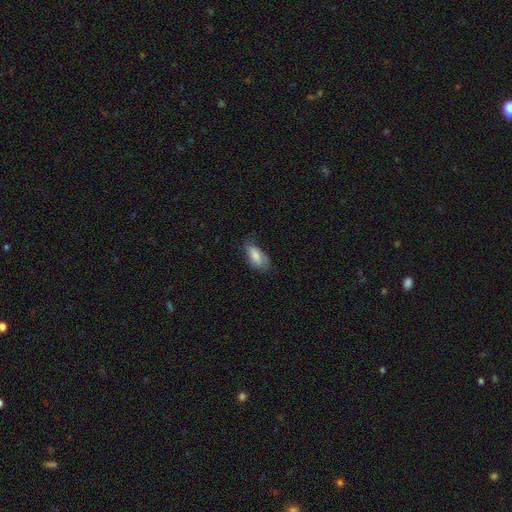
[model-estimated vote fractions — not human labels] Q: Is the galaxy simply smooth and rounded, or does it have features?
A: smooth — 74%.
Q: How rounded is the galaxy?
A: in between — 88%.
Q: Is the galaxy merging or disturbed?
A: none — 56%.